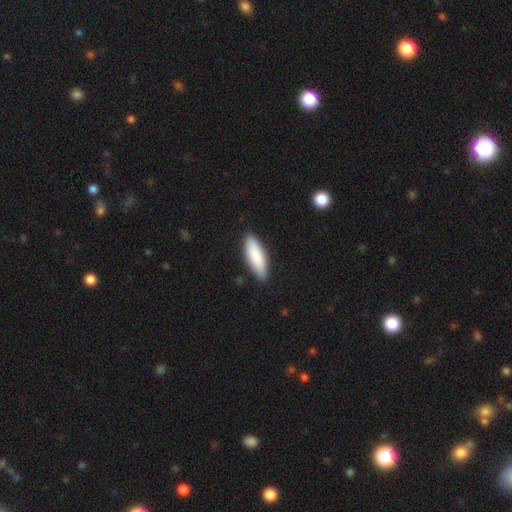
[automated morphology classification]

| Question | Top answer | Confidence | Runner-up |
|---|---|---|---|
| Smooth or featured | smooth | 86% | featured or disk (8%) |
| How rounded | in between | 59% | cigar-shaped (39%) |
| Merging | none | 86% | minor disturbance (11%) |